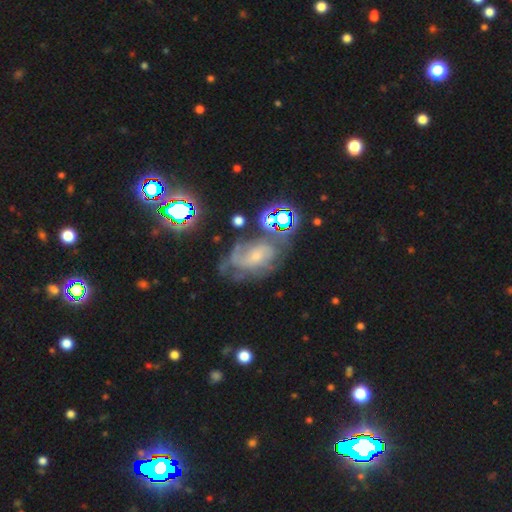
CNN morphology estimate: Smooth or featured? featured or disk (65%)
Edge-on disk? no (96%)
Bar? no (61%)
Spiral arms? yes (80%)
Spiral winding? medium (42%)
Spiral arm count? can't tell (42%)
Bulge size? small (59%)
Merging? none (42%)